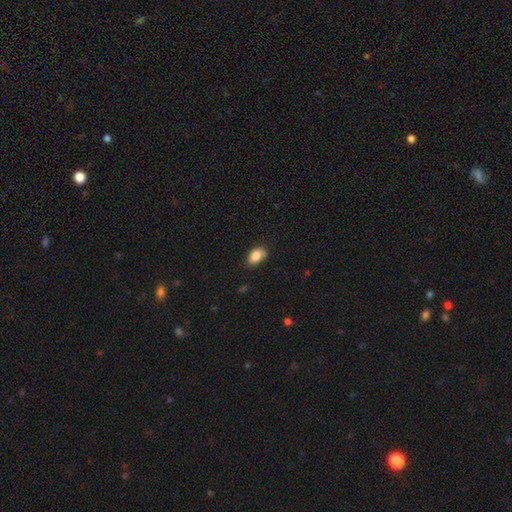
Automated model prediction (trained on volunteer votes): Smooth or featured: smooth — 84% (featured or disk — 8%)
How rounded: in between — 89% (round — 9%)
Merging: none — 67% (minor disturbance — 26%)